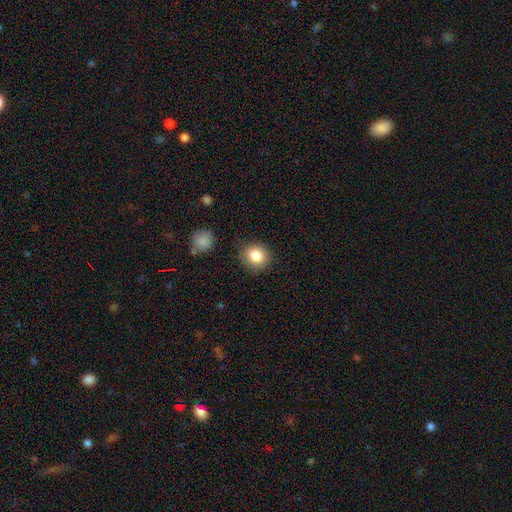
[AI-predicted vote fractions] smooth_or_featured: smooth (p=0.83) [alt: star or artifact p=0.10]
how_rounded: round (p=0.83) [alt: in between p=0.16]
merging: none (p=0.86) [alt: minor disturbance p=0.09]